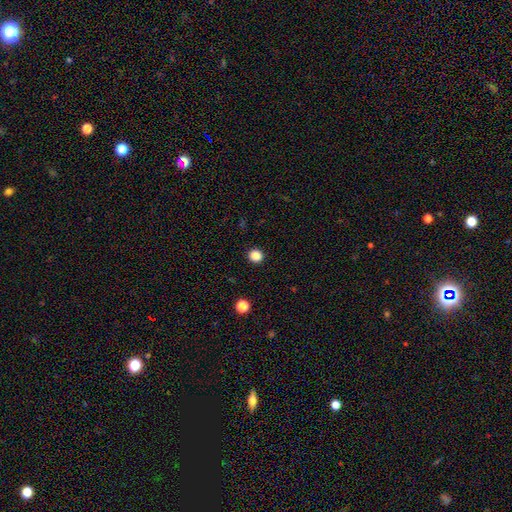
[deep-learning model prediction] Smooth or featured: smooth — 86% (star or artifact — 11%)
How rounded: round — 88% (in between — 11%)
Merging: none — 92% (minor disturbance — 5%)